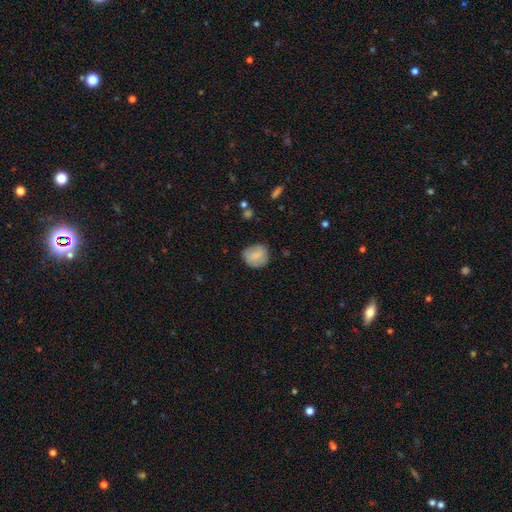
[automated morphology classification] The model was most divided on "merging": none: 72%, minor disturbance: 21%, major disturbance: 5%, merger: 2%. More confident: smooth or featured — smooth (81%); how rounded — round (79%).